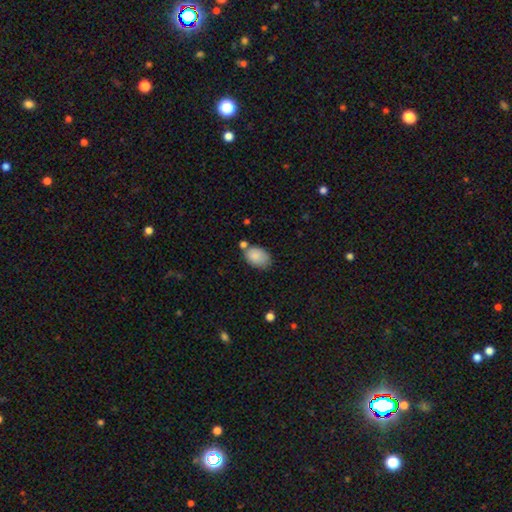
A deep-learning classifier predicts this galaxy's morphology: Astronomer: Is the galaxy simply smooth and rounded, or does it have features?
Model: smooth — 86%.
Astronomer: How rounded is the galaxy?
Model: in between — 88%.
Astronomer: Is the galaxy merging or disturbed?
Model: none — 61%.